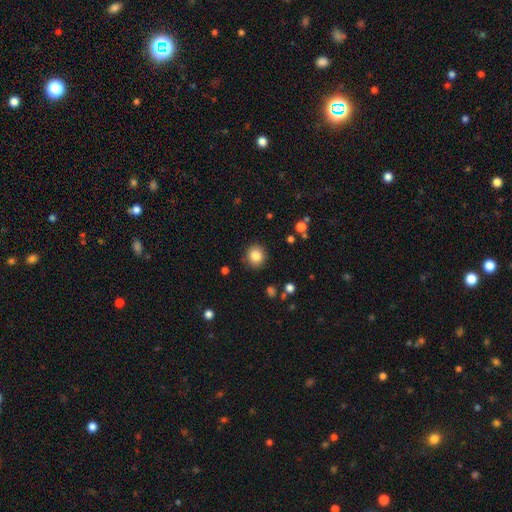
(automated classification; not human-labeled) Smooth or featured?
  - smooth: 84% *
  - star or artifact: 10%
  - featured or disk: 7%
How rounded?
  - round: 90% *
  - in between: 9%
  - cigar-shaped: 1%
Merging?
  - none: 90% *
  - minor disturbance: 7%
  - major disturbance: 2%
  - merger: 1%